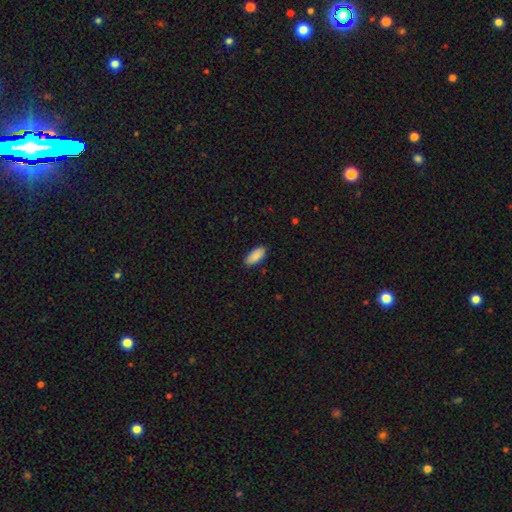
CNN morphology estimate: Smooth or featured?
  - smooth: 89% *
  - star or artifact: 6%
  - featured or disk: 5%
How rounded?
  - in between: 90% *
  - cigar-shaped: 9%
  - round: 2%
Merging?
  - none: 88% *
  - minor disturbance: 10%
  - major disturbance: 2%
  - merger: 1%